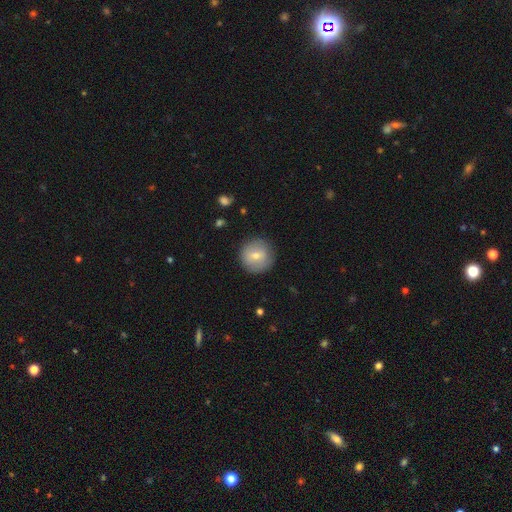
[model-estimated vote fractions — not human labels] Morphology: type=smooth (70%); roundness=round (95%); merging=none (86%).